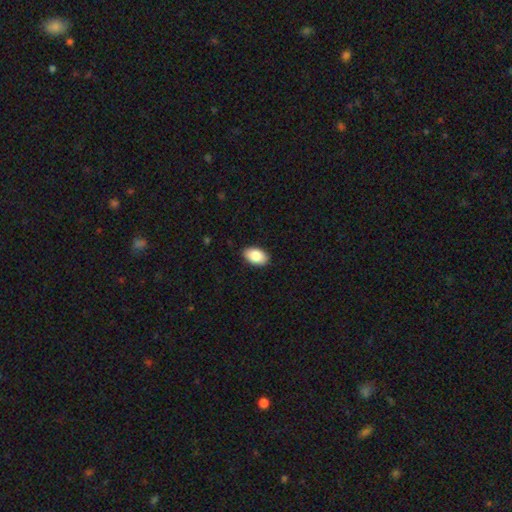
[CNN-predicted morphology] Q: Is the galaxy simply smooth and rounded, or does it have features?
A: smooth — 87%.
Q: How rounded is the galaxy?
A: in between — 93%.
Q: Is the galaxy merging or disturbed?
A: none — 87%.